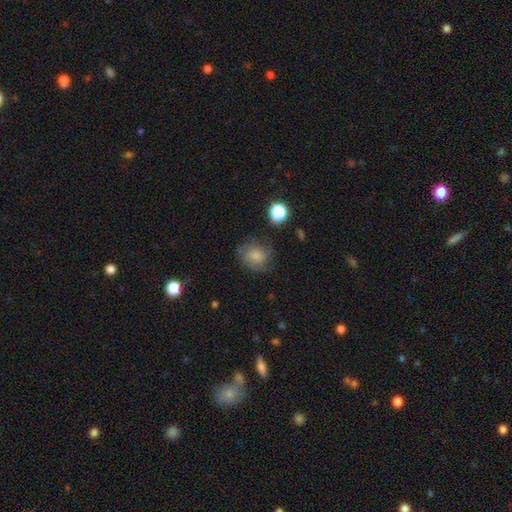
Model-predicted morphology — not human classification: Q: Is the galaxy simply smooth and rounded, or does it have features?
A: smooth — 69%.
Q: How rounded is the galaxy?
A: round — 73%.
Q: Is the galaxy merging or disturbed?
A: none — 66%.